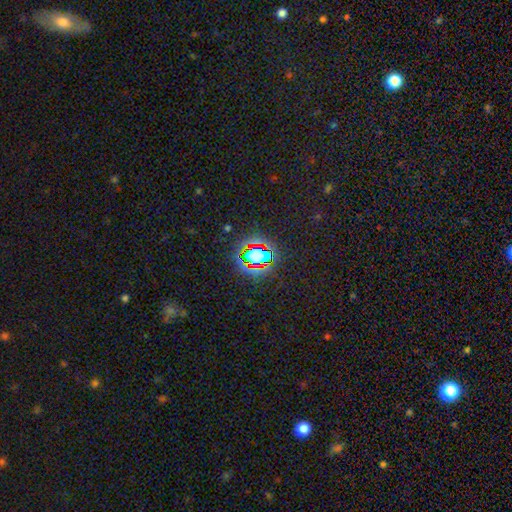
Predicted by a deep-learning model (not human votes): Morphology: type=star or artifact (61%).